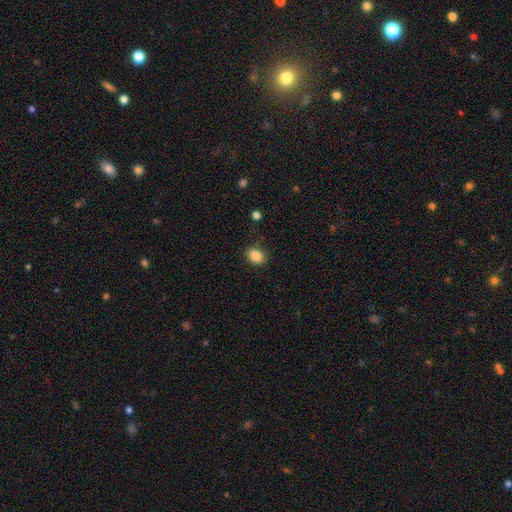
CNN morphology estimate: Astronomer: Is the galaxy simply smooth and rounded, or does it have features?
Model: smooth — 86%.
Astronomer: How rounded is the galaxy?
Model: in between — 65%.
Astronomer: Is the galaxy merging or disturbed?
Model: none — 86%.